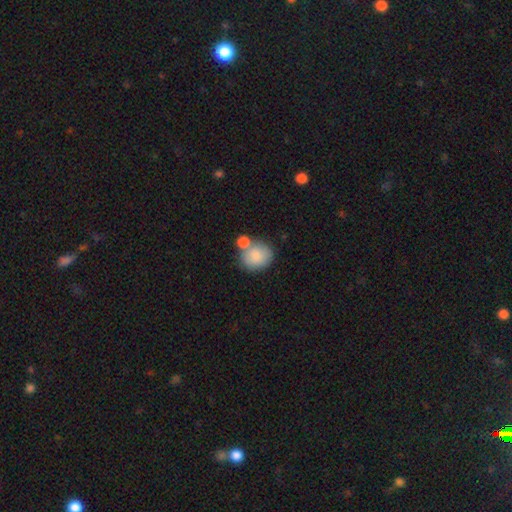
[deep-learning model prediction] This is clearly a smooth galaxy (84%). How rounded: likely round (67%). Merging: possibly none (52%).